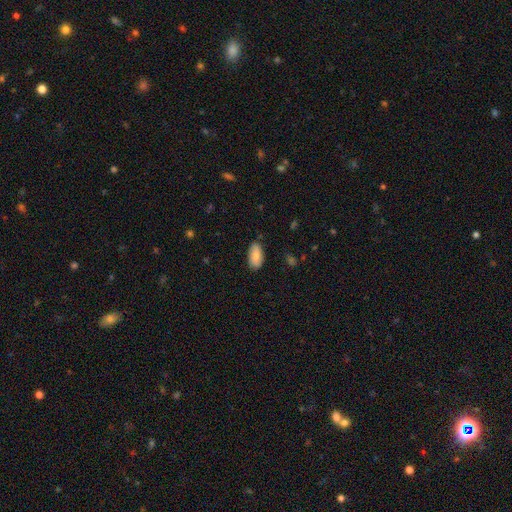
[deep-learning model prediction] A smooth galaxy with no disk features (82%) that is in between round and cigar-shaped (94%).

Vote fractions:
- Smooth or featured? smooth: 82% / featured or disk: 12% / star or artifact: 6%
- How rounded? in between: 94% / cigar-shaped: 4% / round: 3%
- Merging? none: 81% / minor disturbance: 16% / major disturbance: 3% / merger: 1%